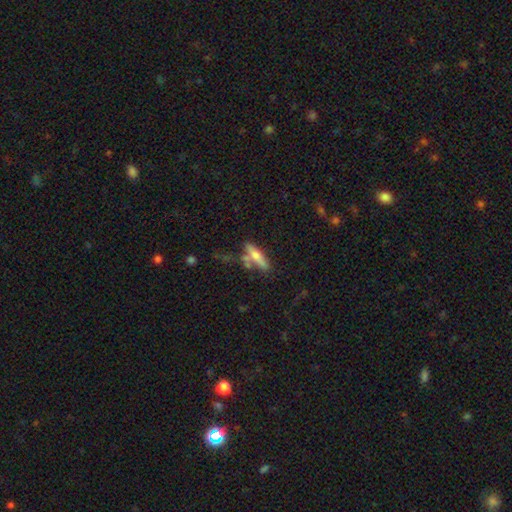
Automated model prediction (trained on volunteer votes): A smooth galaxy with no disk features (56%) that is cigar-shaped (66%).

Vote fractions:
- Smooth or featured? smooth: 56% / featured or disk: 37% / star or artifact: 7%
- How rounded? cigar-shaped: 66% / in between: 32% / round: 3%
- Merging? none: 54% / minor disturbance: 19% / merger: 18% / major disturbance: 8%